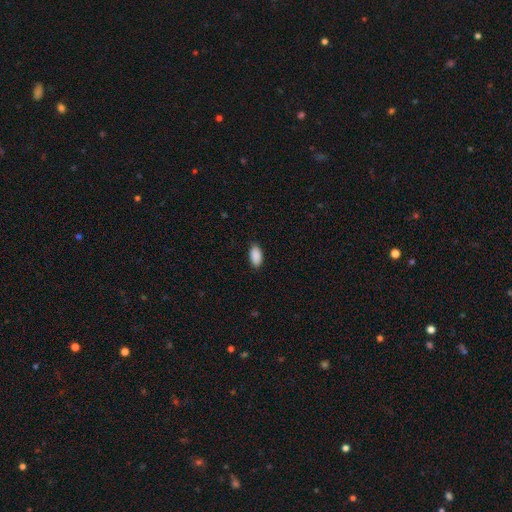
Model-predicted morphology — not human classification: smooth_or_featured: smooth (p=0.91) [alt: star or artifact p=0.06]
how_rounded: in between (p=0.94) [alt: cigar-shaped p=0.04]
merging: none (p=0.84) [alt: minor disturbance p=0.13]